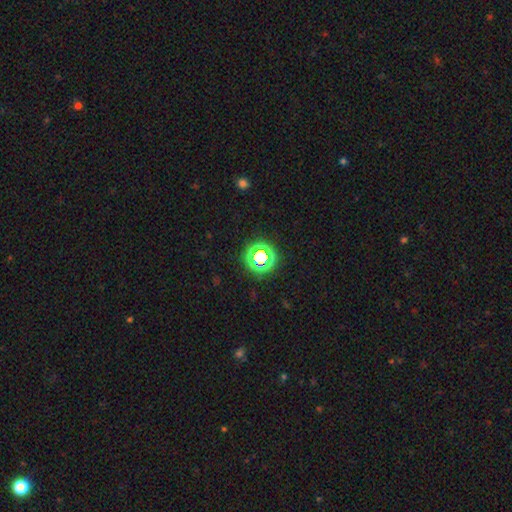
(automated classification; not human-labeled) A star or artifact, not a galaxy (66%).

Vote fractions:
- Smooth or featured? star or artifact: 66% / smooth: 24% / featured or disk: 10%